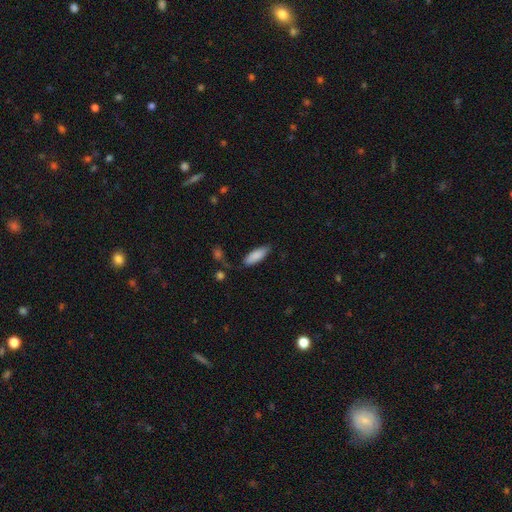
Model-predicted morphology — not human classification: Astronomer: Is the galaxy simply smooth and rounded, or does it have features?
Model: smooth — 86%.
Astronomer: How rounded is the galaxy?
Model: in between — 64%.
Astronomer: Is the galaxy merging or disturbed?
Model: none — 74%.